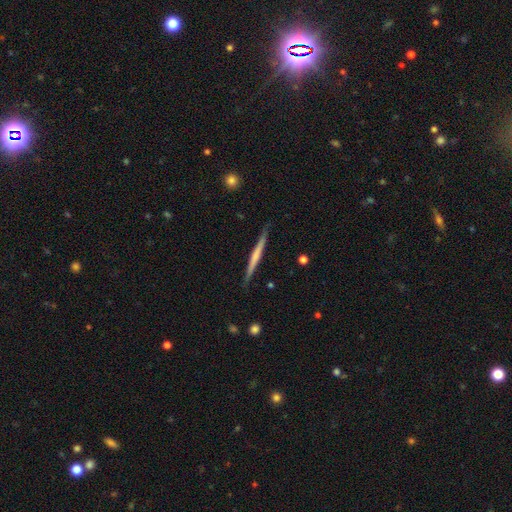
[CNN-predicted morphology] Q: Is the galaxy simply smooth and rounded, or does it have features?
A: featured or disk — 56%.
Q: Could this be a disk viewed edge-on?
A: yes — 98%.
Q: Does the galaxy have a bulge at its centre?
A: none — 65%.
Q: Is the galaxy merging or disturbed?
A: none — 88%.